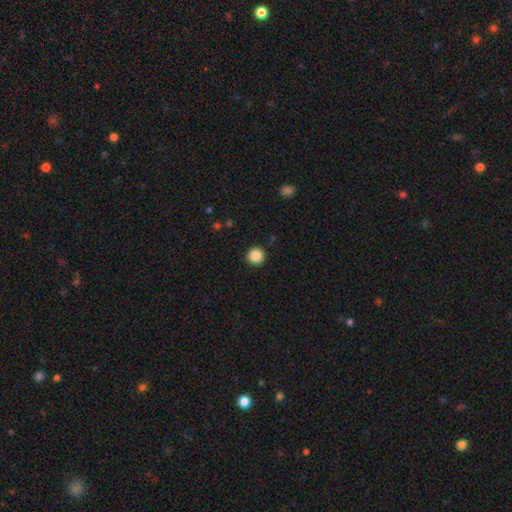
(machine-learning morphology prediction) smooth_or_featured: smooth (p=0.88) [alt: star or artifact p=0.10]
how_rounded: round (p=0.96) [alt: in between p=0.04]
merging: none (p=0.92) [alt: minor disturbance p=0.05]